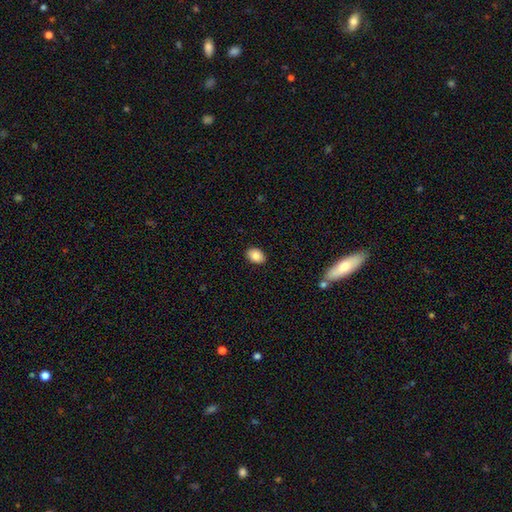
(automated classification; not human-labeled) This appears to be a smooth galaxy with no disk features (87%) that is in between round and cigar-shaped (79%). Merging: none (88%).